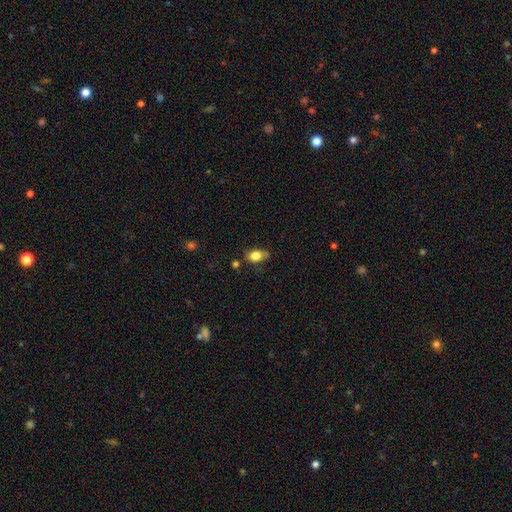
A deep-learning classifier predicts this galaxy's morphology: A smooth galaxy with no disk features (80%) that is in between round and cigar-shaped (77%).

Vote fractions:
- Smooth or featured? smooth: 80% / featured or disk: 11% / star or artifact: 9%
- How rounded? in between: 77% / round: 21% / cigar-shaped: 2%
- Merging? none: 62% / minor disturbance: 27% / major disturbance: 6% / merger: 5%